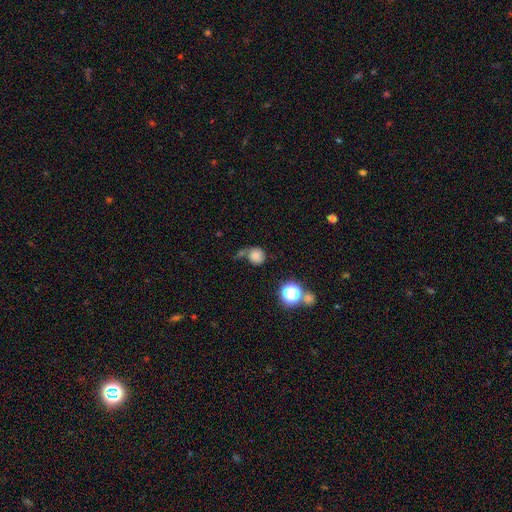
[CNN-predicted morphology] Overall: smooth (78%). How rounded: round (90%). Merging: none (53%; minor disturbance 18%).